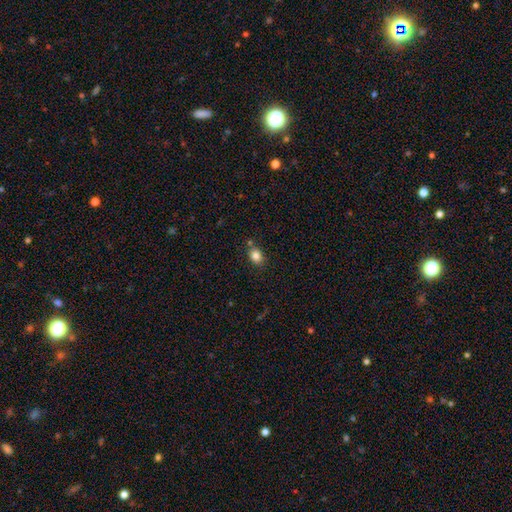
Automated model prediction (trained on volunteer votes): This appears to be a smooth galaxy with no disk features (84%) that is in between round and cigar-shaped (67%). Merging: none (77%).